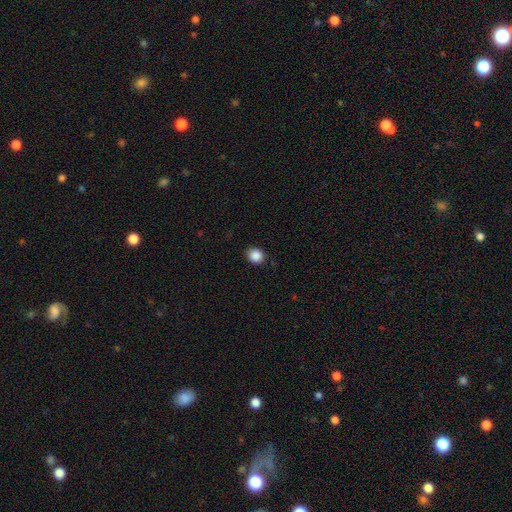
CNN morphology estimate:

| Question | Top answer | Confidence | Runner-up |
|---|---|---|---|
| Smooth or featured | smooth | 88% | star or artifact (10%) |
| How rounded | round | 75% | in between (24%) |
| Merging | none | 88% | minor disturbance (9%) |